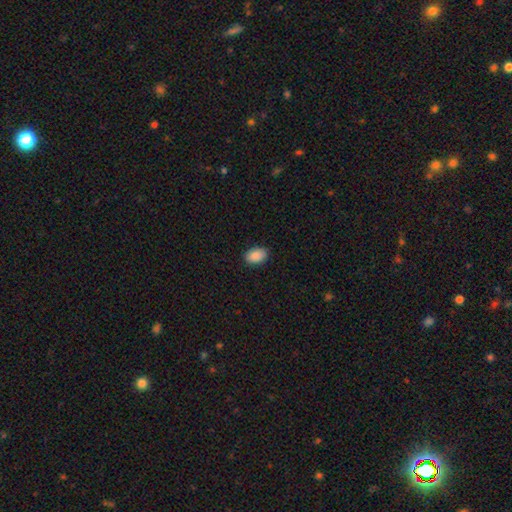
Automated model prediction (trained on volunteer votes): This is clearly a smooth galaxy (90%). How rounded: clearly in between (87%). Merging: clearly none (88%).